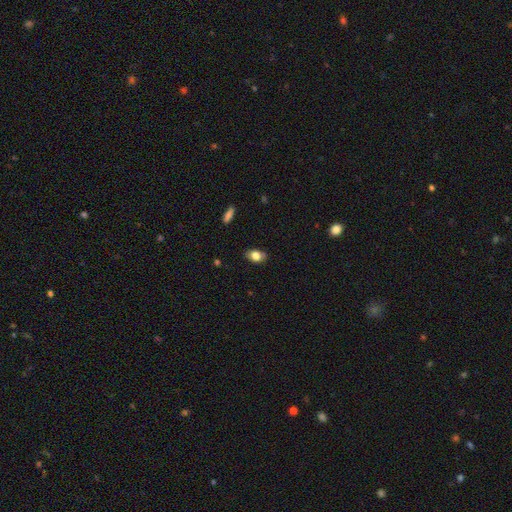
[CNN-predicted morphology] A smooth galaxy with no disk features (80%) that is in between round and cigar-shaped (83%).

Vote fractions:
- Smooth or featured? smooth: 80% / featured or disk: 12% / star or artifact: 8%
- How rounded? in between: 83% / round: 14% / cigar-shaped: 2%
- Merging? none: 82% / minor disturbance: 15% / major disturbance: 2% / merger: 1%